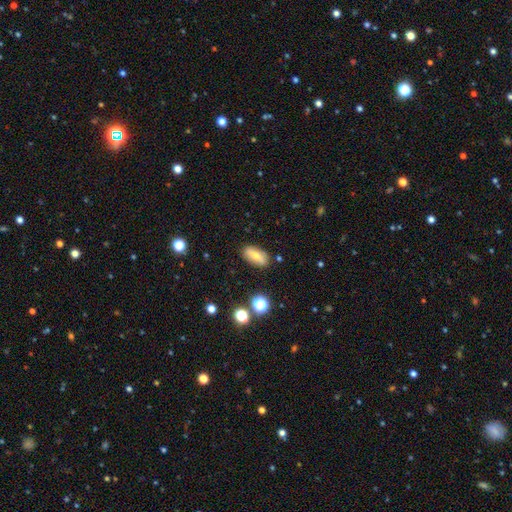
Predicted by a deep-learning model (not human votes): smooth_or_featured: smooth (p=0.63) [alt: featured or disk p=0.27]
how_rounded: in between (p=0.83) [alt: cigar-shaped p=0.12]
merging: none (p=0.85) [alt: minor disturbance p=0.11]